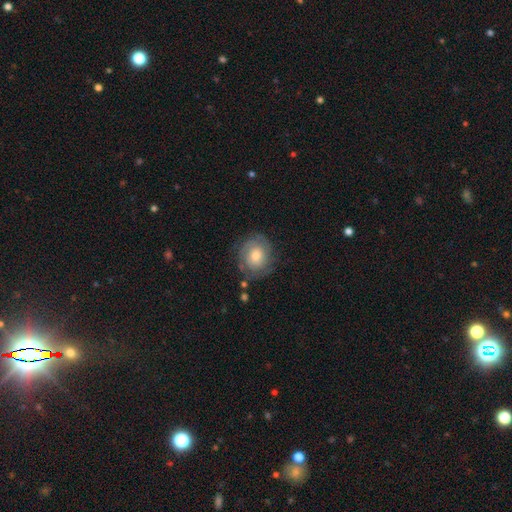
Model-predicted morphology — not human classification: Overall: featured or disk (63%; smooth 29%). Edge-on disk: no (97%). Bar: no (78%). Spiral arms: yes (86%). Spiral arm count: 2 (40%; can't tell 34%). Spiral winding: tight (70%). Bulge size: moderate (62%). Merging: none (77%).